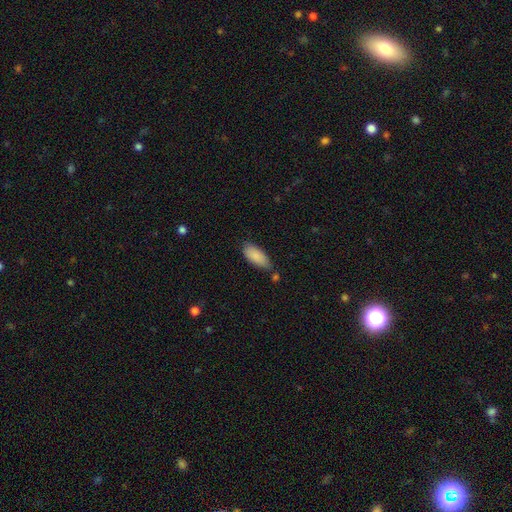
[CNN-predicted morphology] smooth-or-featured: smooth: 88% | star or artifact: 6% | featured or disk: 6%
  how-rounded: in between: 85% | cigar-shaped: 13% | round: 2%
  merging: none: 66% | minor disturbance: 23% | merger: 6% | major disturbance: 4%